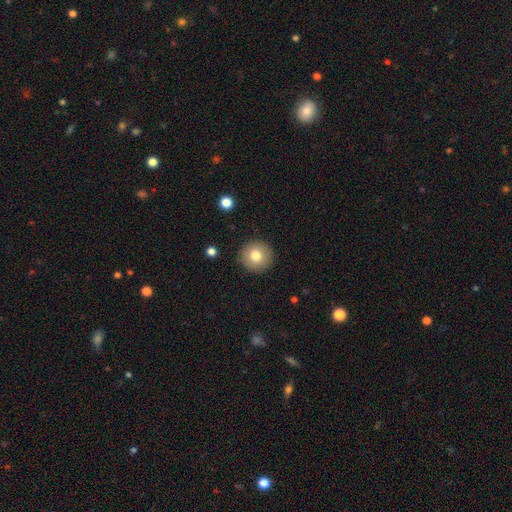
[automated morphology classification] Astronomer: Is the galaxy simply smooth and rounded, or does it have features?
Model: smooth — 78%.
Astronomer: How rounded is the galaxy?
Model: round — 95%.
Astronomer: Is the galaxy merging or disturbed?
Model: none — 91%.